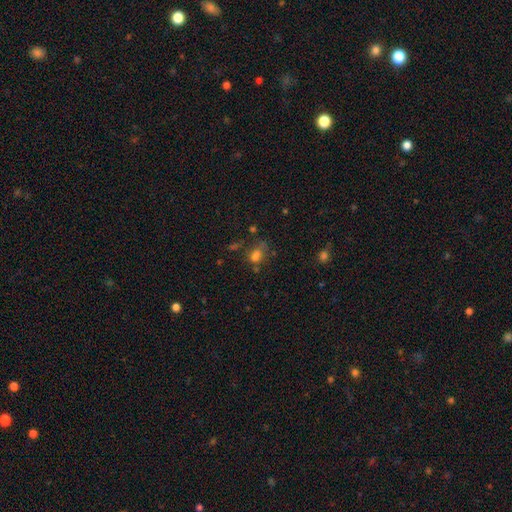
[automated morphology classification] Smooth or featured: smooth — 65% (star or artifact — 21%)
How rounded: in between — 66% (round — 31%)
Merging: none — 41% (minor disturbance — 21%)